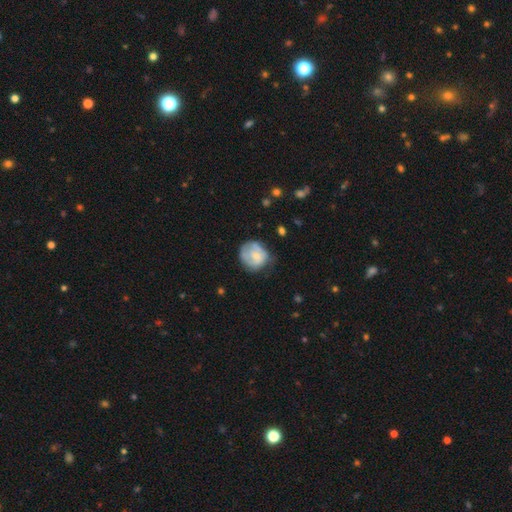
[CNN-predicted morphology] Overall: smooth (60%; featured or disk 33%). How rounded: round (80%). Merging: none (53%; minor disturbance 31%).